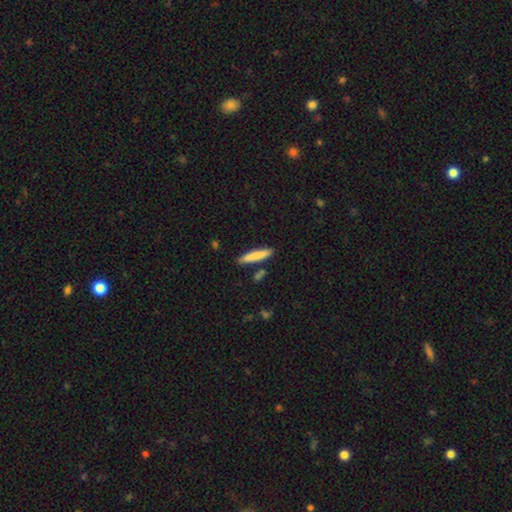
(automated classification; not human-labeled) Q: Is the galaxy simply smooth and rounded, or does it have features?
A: smooth — 80%.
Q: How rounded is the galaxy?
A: cigar-shaped — 90%.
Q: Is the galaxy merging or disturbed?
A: none — 87%.